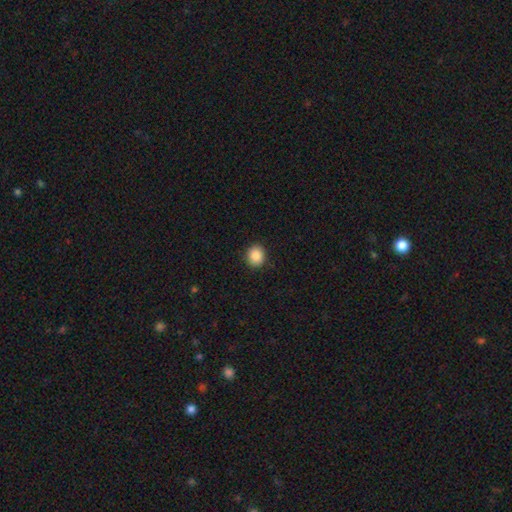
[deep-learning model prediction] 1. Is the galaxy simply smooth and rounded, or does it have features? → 88% smooth, 9% star or artifact, 3% featured or disk.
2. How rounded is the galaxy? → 76% round, 23% in between, 1% cigar-shaped.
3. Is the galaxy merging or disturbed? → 90% none, 7% minor disturbance, 2% major disturbance, 1% merger.